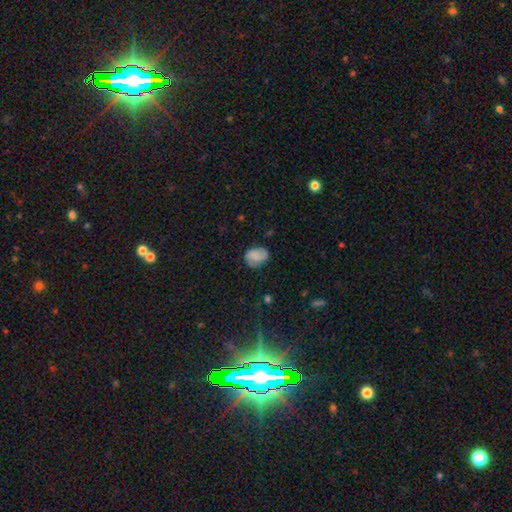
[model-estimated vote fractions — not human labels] Smooth or featured: smooth — 52% (featured or disk — 38%)
How rounded: in between — 66% (round — 33%)
Merging: none — 73% (minor disturbance — 20%)